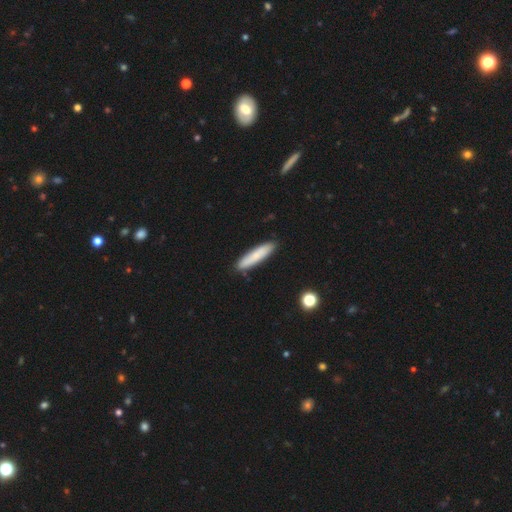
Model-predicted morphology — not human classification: A smooth galaxy with no disk features (77%) that is cigar-shaped (85%).

Vote fractions:
- Smooth or featured? smooth: 77% / featured or disk: 18% / star or artifact: 6%
- How rounded? cigar-shaped: 85% / in between: 14% / round: 1%
- Merging? none: 89% / minor disturbance: 8% / merger: 1% / major disturbance: 1%